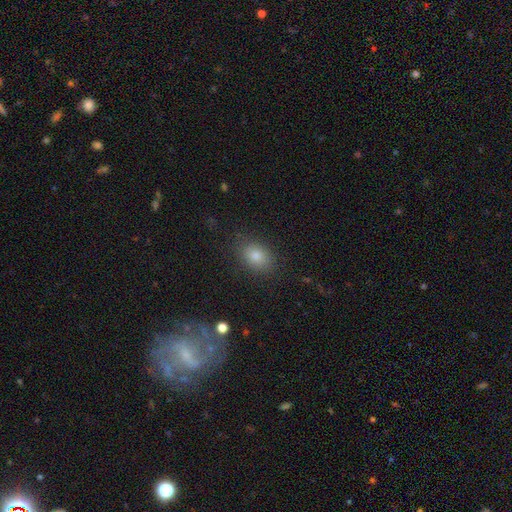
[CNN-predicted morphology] A smooth galaxy with no disk features (77%) that is in between round and cigar-shaped (67%). Merging: none (85%).